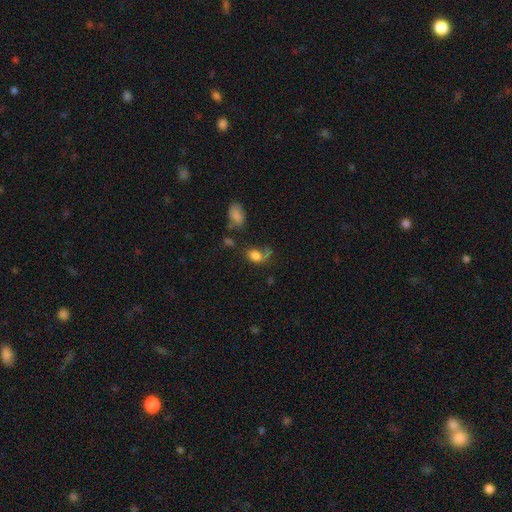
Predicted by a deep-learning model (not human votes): smooth_or_featured: smooth (p=0.73) [alt: featured or disk p=0.15]
how_rounded: in between (p=0.70) [alt: round p=0.28]
merging: none (p=0.35) [alt: major disturbance p=0.30]